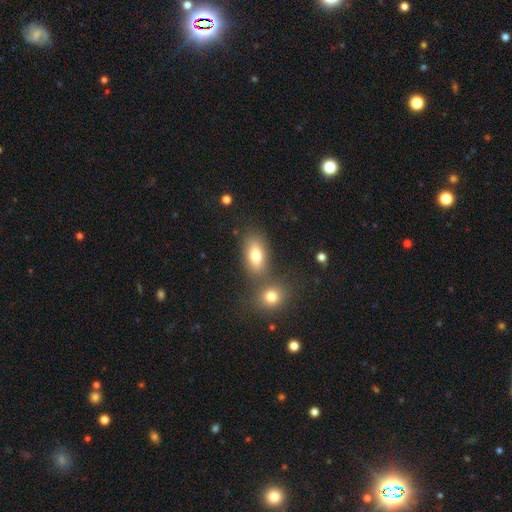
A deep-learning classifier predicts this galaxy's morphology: Smooth or featured: smooth — 76% (featured or disk — 13%)
How rounded: in between — 84% (round — 10%)
Merging: none — 63% (merger — 22%)